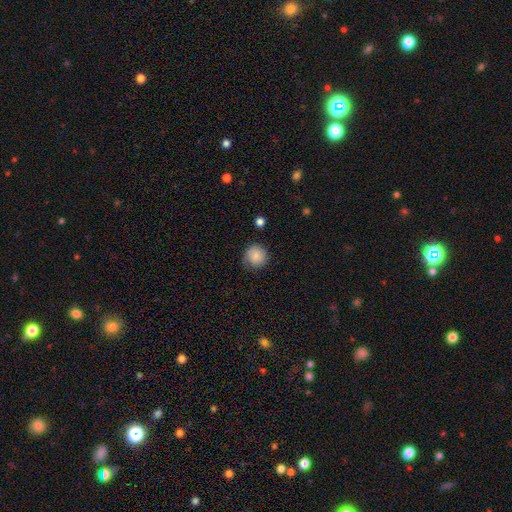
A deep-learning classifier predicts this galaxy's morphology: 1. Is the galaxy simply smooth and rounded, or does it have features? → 83% smooth, 9% featured or disk, 8% star or artifact.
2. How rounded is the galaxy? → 92% round, 7% in between, 1% cigar-shaped.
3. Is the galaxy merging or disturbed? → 72% none, 21% minor disturbance, 5% major disturbance, 2% merger.